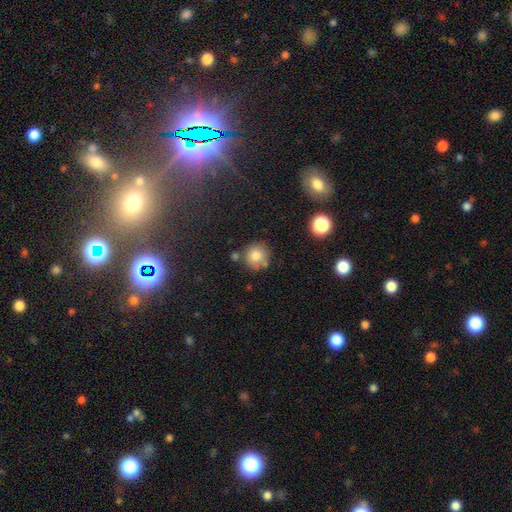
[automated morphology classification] Smooth or featured? smooth (79%)
How rounded? round (91%)
Merging? none (72%)